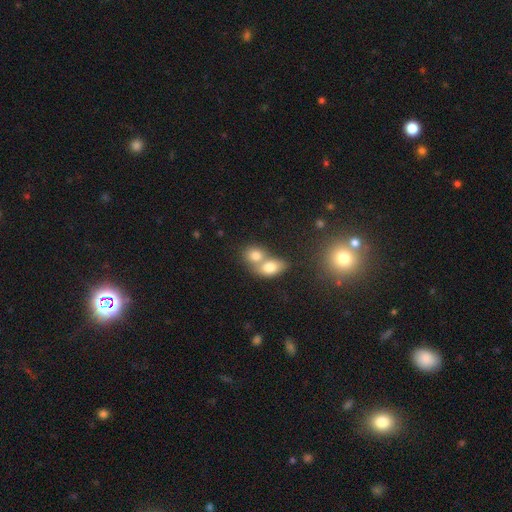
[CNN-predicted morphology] smooth_or_featured: smooth (p=0.76) [alt: featured or disk p=0.14]
how_rounded: in between (p=0.55) [alt: round p=0.43]
merging: merger (p=0.67) [alt: none p=0.24]